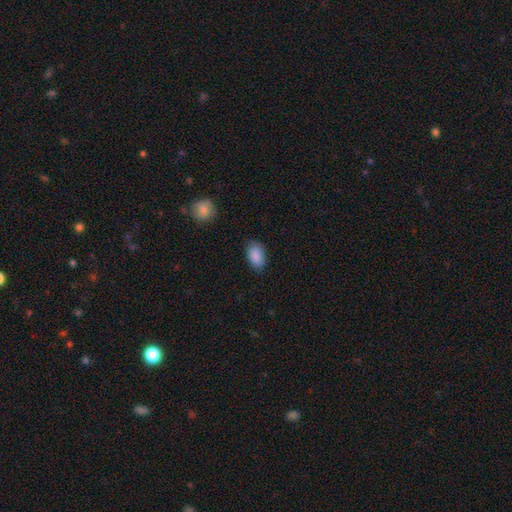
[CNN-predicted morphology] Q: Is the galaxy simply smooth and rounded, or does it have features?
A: smooth — 89%.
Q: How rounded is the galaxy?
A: in between — 92%.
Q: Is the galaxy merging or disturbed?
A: none — 83%.